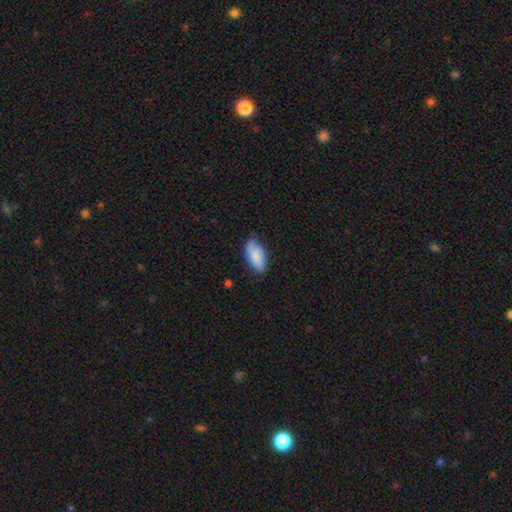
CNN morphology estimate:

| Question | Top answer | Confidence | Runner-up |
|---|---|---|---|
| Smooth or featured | smooth | 84% | featured or disk (10%) |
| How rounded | in between | 90% | cigar-shaped (8%) |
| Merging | none | 75% | minor disturbance (20%) |